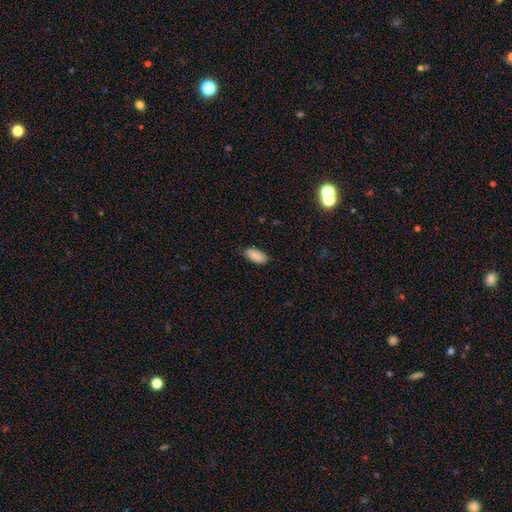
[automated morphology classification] Smooth or featured? smooth (89%)
How rounded? in between (91%)
Merging? none (78%)